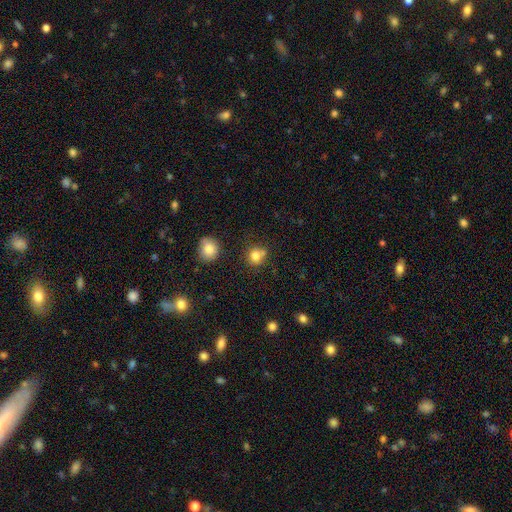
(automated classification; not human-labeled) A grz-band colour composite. It shows a smooth galaxy with no disk features (79%) that is round (78%). Merging: none (58%).